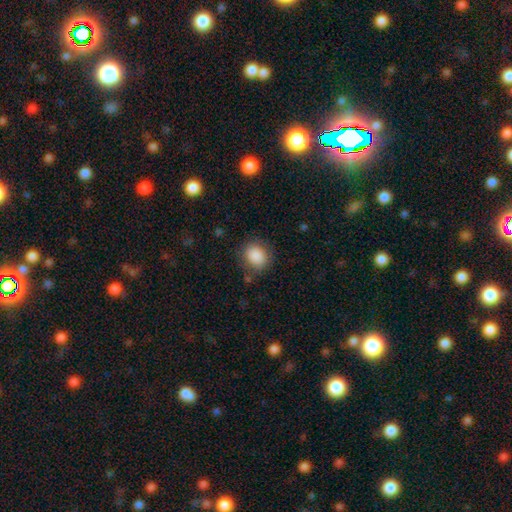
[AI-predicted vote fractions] Smooth or featured? Predicted: smooth (p=0.87). How rounded? Predicted: round (p=0.63). Merging? Predicted: none (p=0.79).